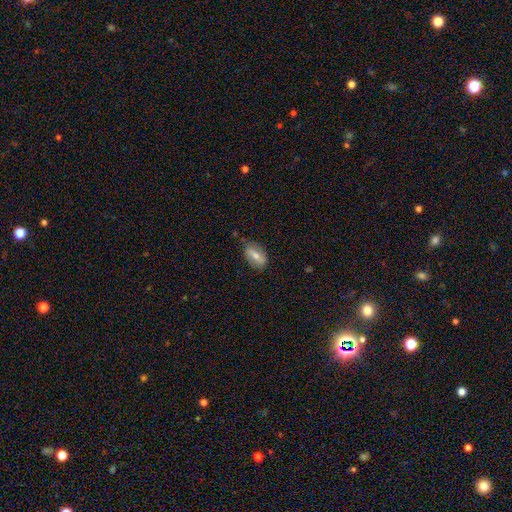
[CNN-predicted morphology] Q: Smooth or featured?
A: smooth (52%); runner-up: featured or disk (40%)
Q: How rounded?
A: in between (86%); runner-up: round (8%)
Q: Merging?
A: none (75%); runner-up: minor disturbance (19%)